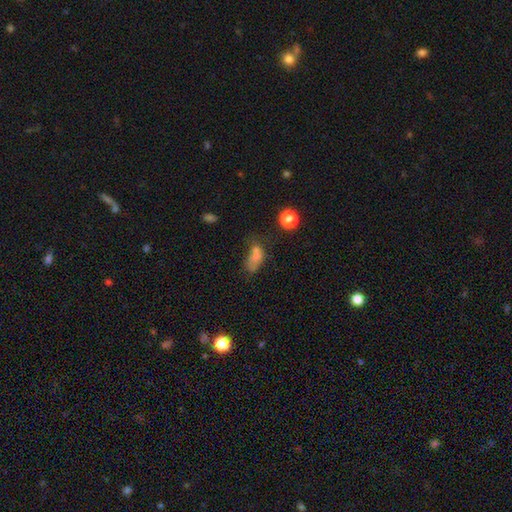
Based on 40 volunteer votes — Volunteers were most divided on "merging" (2-way tie): none: 31%, merger: 31%, major disturbance: 23%, minor disturbance: 14%. More confident: smooth or featured — smooth (80%); how rounded — in between (78%).